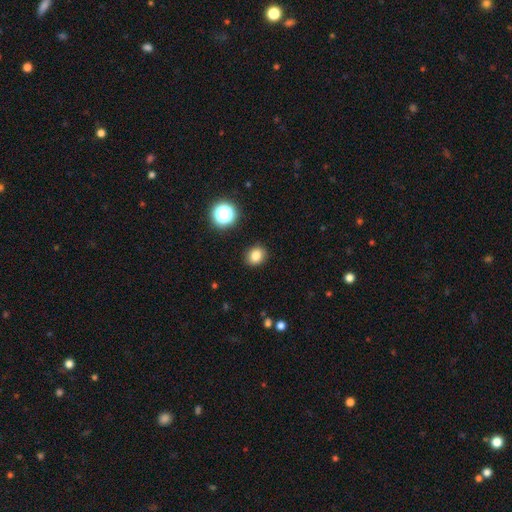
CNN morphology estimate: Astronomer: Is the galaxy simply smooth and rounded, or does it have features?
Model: smooth — 82%.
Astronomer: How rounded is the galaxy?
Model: round — 70%.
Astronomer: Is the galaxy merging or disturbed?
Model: none — 89%.